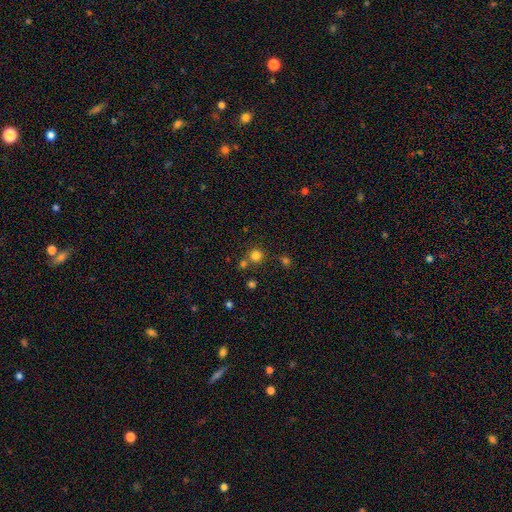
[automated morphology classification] The model was most divided on "merging": none: 72%, merger: 17%, minor disturbance: 7%, major disturbance: 3%. More confident: how rounded — round (93%); smooth or featured — smooth (78%).